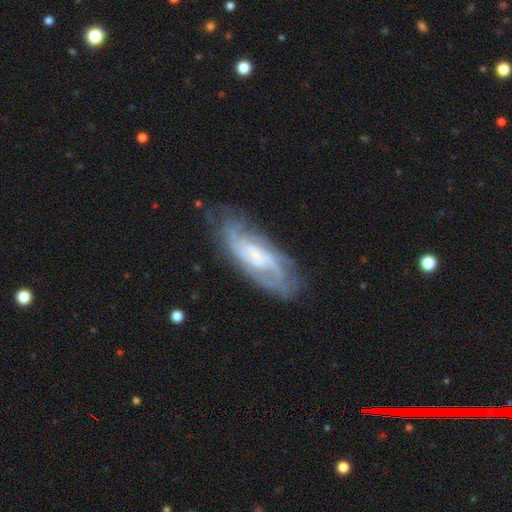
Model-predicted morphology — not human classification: Smooth or featured? Predicted: featured or disk (p=0.81). Edge-on disk? Predicted: no (p=0.90). Bar? Predicted: no (p=0.52). Spiral arms? Predicted: yes (p=0.95). Spiral winding? Predicted: tight (p=0.47). Spiral arm count? Predicted: 2 (p=0.36). Bulge size? Predicted: small (p=0.55). Merging? Predicted: none (p=0.71).